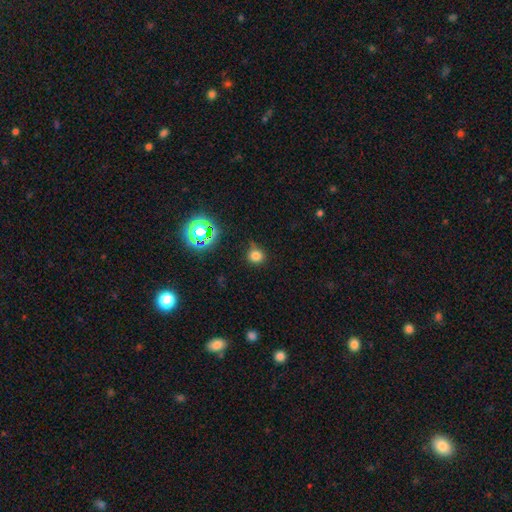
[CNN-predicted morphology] Q: Smooth or featured?
A: smooth (75%); runner-up: star or artifact (19%)
Q: How rounded?
A: round (84%); runner-up: in between (15%)
Q: Merging?
A: none (73%); runner-up: minor disturbance (19%)